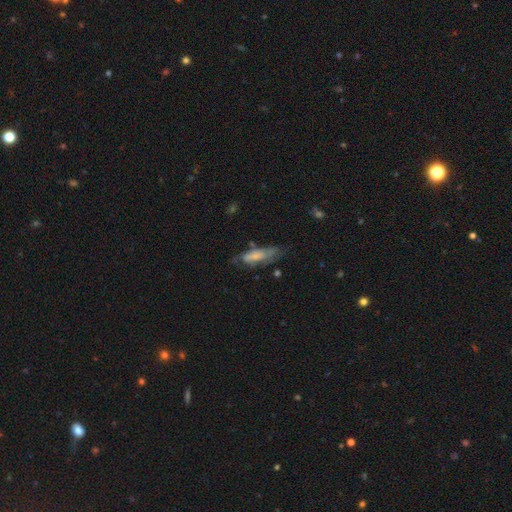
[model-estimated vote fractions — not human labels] Morphology: type=smooth (56%); roundness=in between (56%); merging=none (47%).